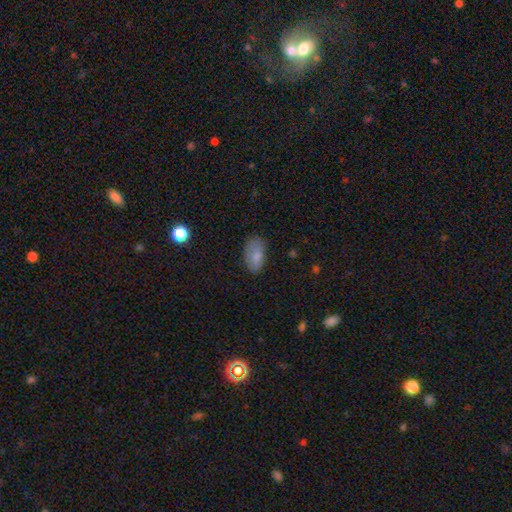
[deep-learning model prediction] smooth-or-featured: smooth: 82% | featured or disk: 10% | star or artifact: 8%
  how-rounded: in between: 93% | round: 5% | cigar-shaped: 2%
  merging: none: 76% | minor disturbance: 18% | major disturbance: 5% | merger: 1%